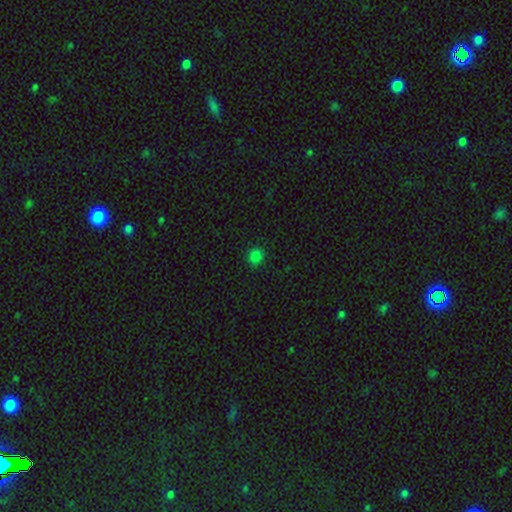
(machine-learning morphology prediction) A smooth galaxy with no disk features (81%) that is round (89%). Merging: none (90%).